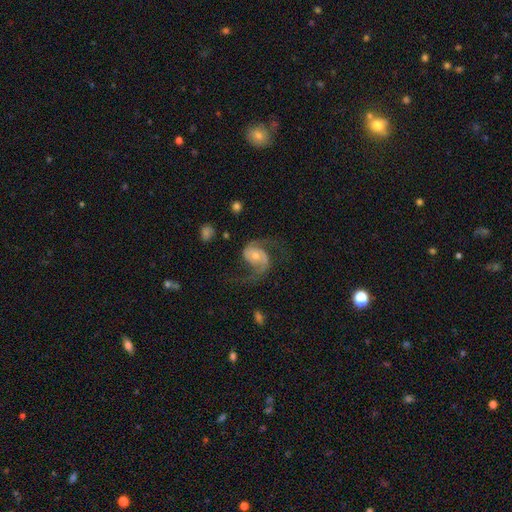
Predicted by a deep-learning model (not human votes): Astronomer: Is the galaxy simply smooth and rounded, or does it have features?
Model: featured or disk — 89%.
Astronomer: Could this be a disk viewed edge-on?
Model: no — 98%.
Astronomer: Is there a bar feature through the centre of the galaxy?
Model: no — 62%.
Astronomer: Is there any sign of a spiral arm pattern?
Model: yes — 97%.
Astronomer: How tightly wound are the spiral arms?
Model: medium — 46% (runner-up: loose, 43%).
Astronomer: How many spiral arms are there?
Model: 2 — 92%.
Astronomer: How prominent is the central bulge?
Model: moderate — 51% (runner-up: small, 42%).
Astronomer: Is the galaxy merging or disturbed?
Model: none — 66%.